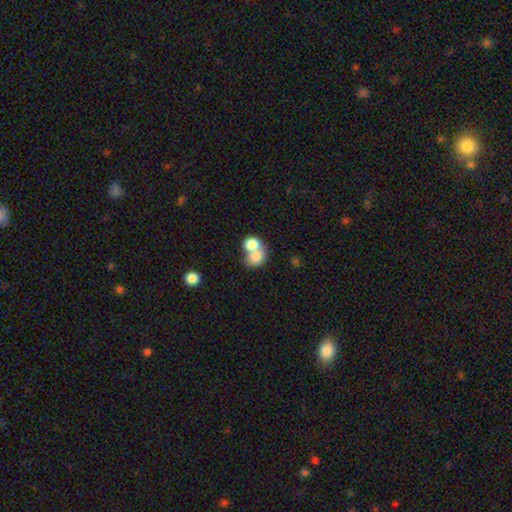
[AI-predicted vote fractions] Smooth or featured? Predicted: smooth (p=0.78). How rounded? Predicted: round (p=0.61). Merging? Predicted: merger (p=0.71).